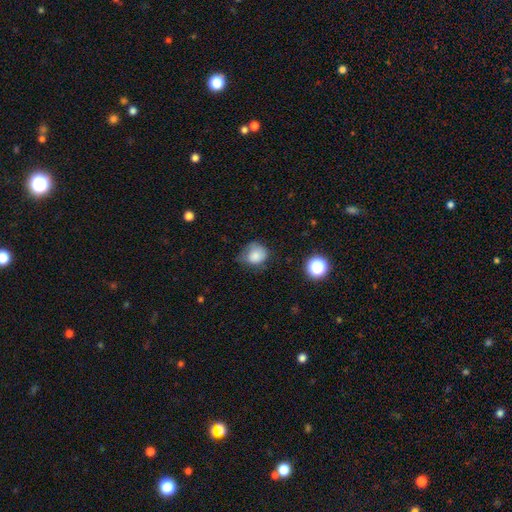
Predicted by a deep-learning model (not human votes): smooth 79%, featured or disk 11%, star or artifact 10%. Down the decision tree: how rounded — round (61%); merging — none (42%).